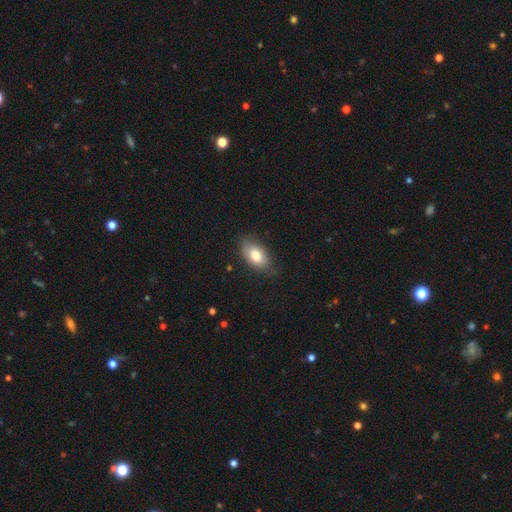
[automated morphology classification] The model was most divided on "merging": none: 71%, minor disturbance: 23%, major disturbance: 5%, merger: 1%. More confident: how rounded — in between (90%); smooth or featured — smooth (77%).